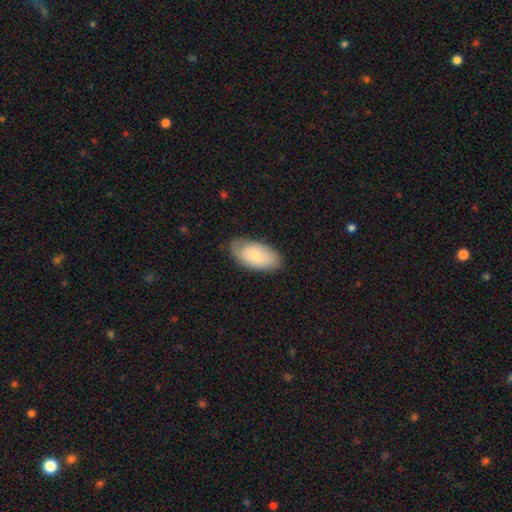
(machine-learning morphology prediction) smooth 68%, featured or disk 27%, star or artifact 6%. Down the decision tree: how rounded — in between (94%); merging — none (76%).